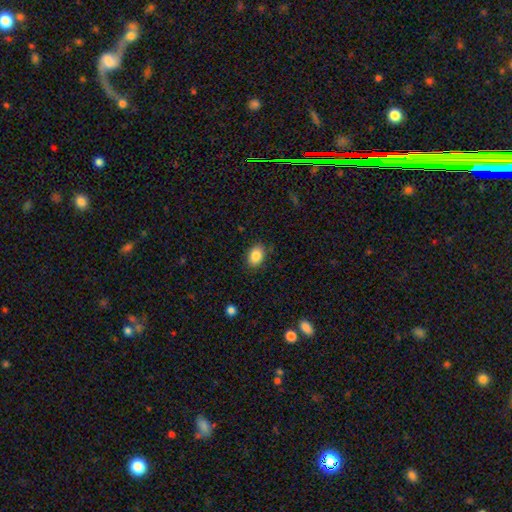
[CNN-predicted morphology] Smooth or featured: smooth — 86% (star or artifact — 8%)
How rounded: in between — 79% (round — 20%)
Merging: none — 85% (minor disturbance — 11%)